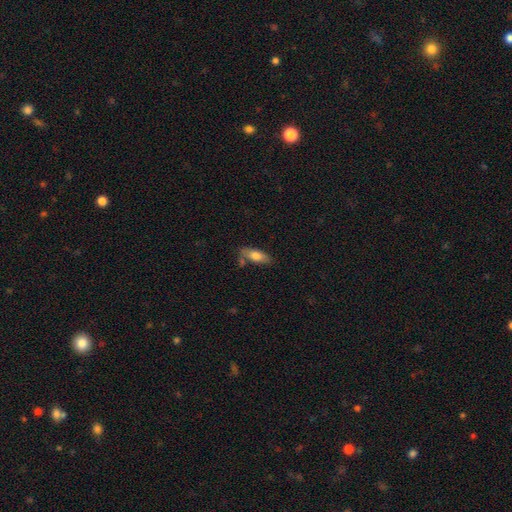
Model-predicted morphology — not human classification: The model was most divided on "merging": none: 66%, minor disturbance: 19%, merger: 10%, major disturbance: 5%. More confident: smooth or featured — smooth (73%); how rounded — in between (73%).